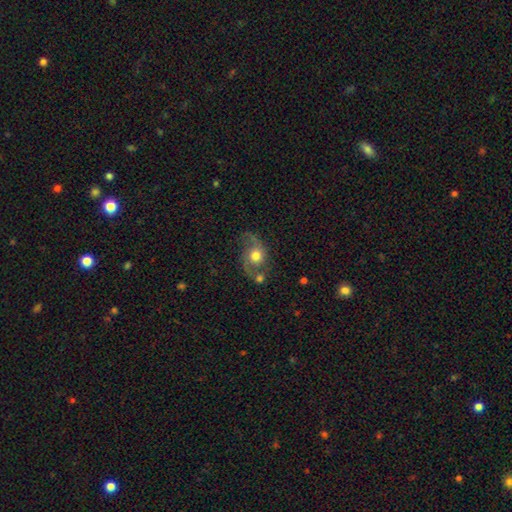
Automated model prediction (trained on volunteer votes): Overall: featured or disk (67%). Edge-on disk: no (96%). Bar: no (77%). Spiral arms: yes (89%). Spiral arm count: 2 (90%). Spiral winding: loose (60%; medium 33%). Bulge size: moderate (65%). Merging: none (55%; minor disturbance 19%).